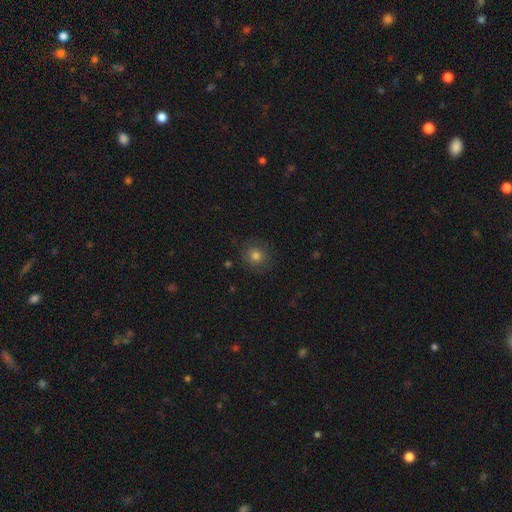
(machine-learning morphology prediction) type=smooth (76%); roundness=round (88%); merging=none (84%).